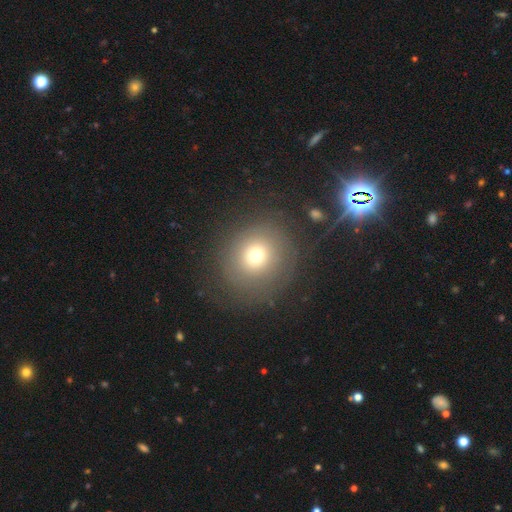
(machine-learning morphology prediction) Q: Smooth or featured?
A: smooth (66%); runner-up: featured or disk (18%)
Q: How rounded?
A: round (88%); runner-up: in between (11%)
Q: Merging?
A: none (77%); runner-up: minor disturbance (12%)